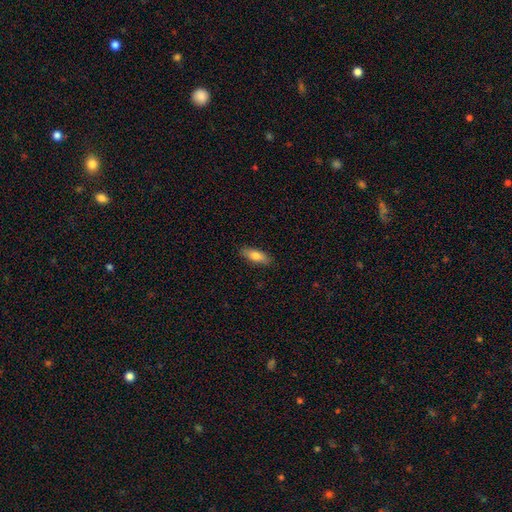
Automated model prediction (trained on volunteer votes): Morphology: type=smooth (78%); roundness=in between (68%); merging=none (88%).